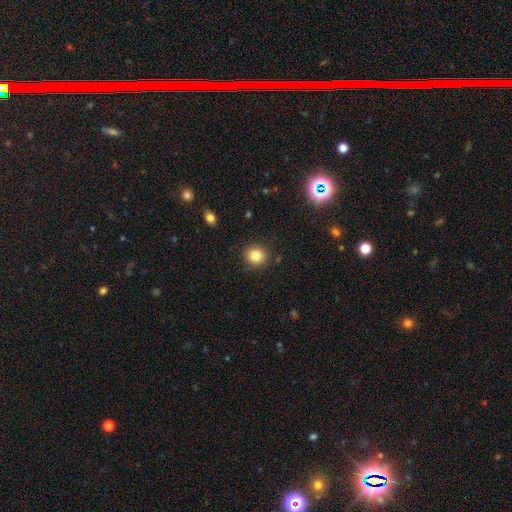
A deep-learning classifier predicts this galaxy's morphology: Smooth or featured: smooth — 83% (star or artifact — 11%)
How rounded: round — 85% (in between — 14%)
Merging: none — 89% (minor disturbance — 7%)